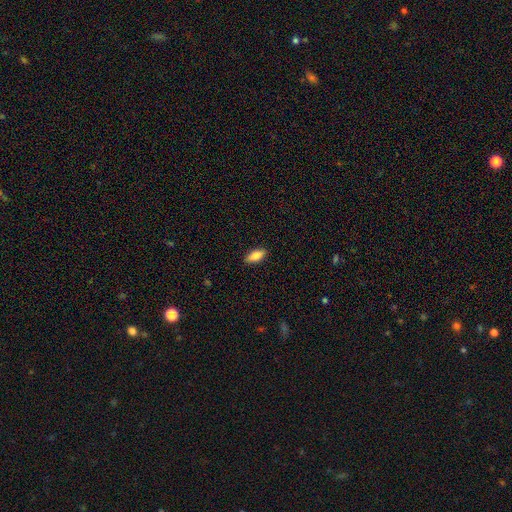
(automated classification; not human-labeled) This appears to be a smooth galaxy with no disk features (85%) that is in between round and cigar-shaped (83%). Merging: none (89%).